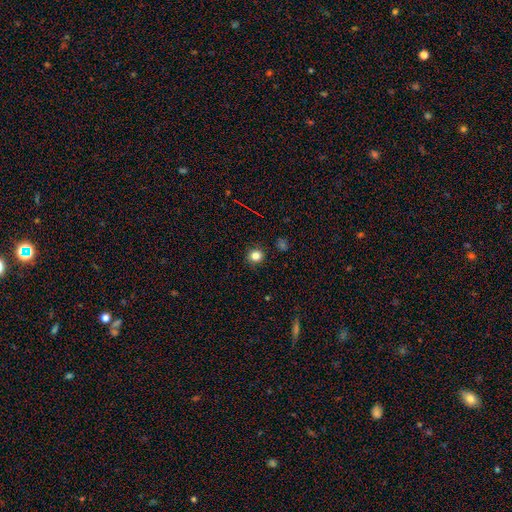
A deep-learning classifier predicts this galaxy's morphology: type=smooth (81%); roundness=round (87%); merging=none (90%).